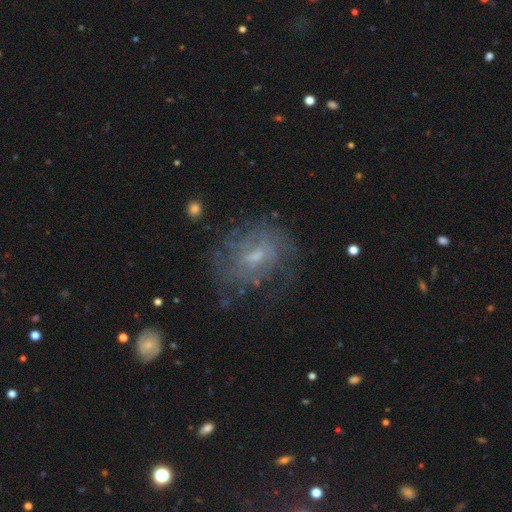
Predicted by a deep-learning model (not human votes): Smooth or featured: featured or disk — 72% (smooth — 18%)
Edge-on disk: no — 96% (yes — 4%)
Bar: weak — 59% (no — 28%)
Spiral arms: yes — 81% (no — 19%)
Spiral winding: tight — 51% (medium — 35%)
Spiral arm count: can't tell — 57% (2 — 17%)
Bulge size: small — 49% (moderate — 35%)
Merging: none — 64% (minor disturbance — 19%)